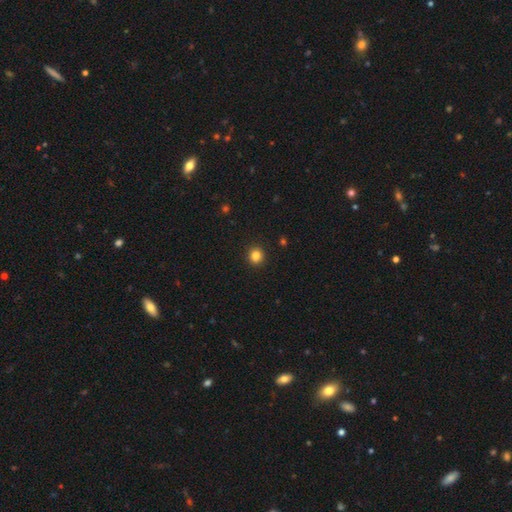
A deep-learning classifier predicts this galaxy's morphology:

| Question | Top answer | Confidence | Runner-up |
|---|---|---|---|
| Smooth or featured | smooth | 84% | star or artifact (12%) |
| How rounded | round | 89% | in between (10%) |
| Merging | none | 92% | minor disturbance (5%) |